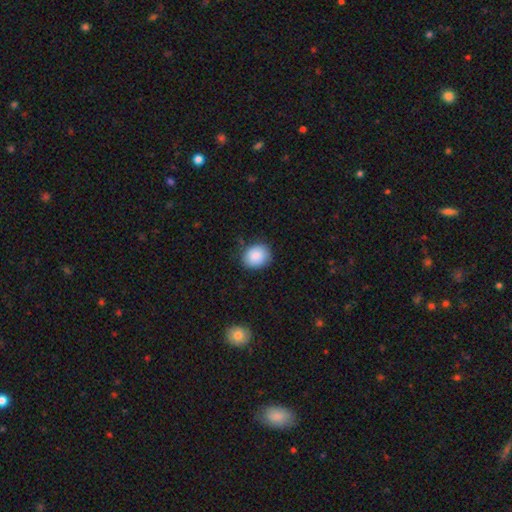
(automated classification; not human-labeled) smooth-or-featured: smooth: 86% | star or artifact: 7% | featured or disk: 7%
  how-rounded: round: 64% | in between: 35% | cigar-shaped: 1%
  merging: none: 82% | minor disturbance: 14% | major disturbance: 3% | merger: 1%